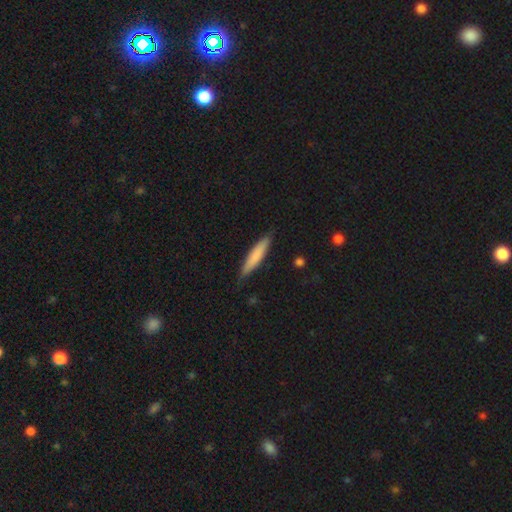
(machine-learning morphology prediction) Q: Smooth or featured?
A: smooth (76%); runner-up: featured or disk (18%)
Q: How rounded?
A: cigar-shaped (88%); runner-up: in between (11%)
Q: Merging?
A: none (84%); runner-up: minor disturbance (12%)